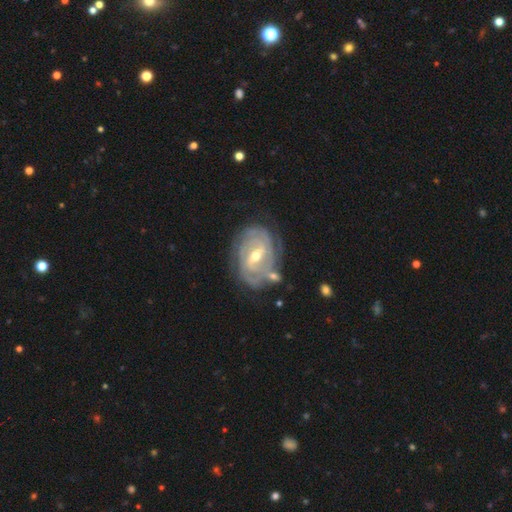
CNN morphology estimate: A featured or disk galaxy (87%) with a weak bar (50%), 2 (30%) tight (75%) spiral arms (95%) and a moderate central bulge (58%). Merging: none (73%).